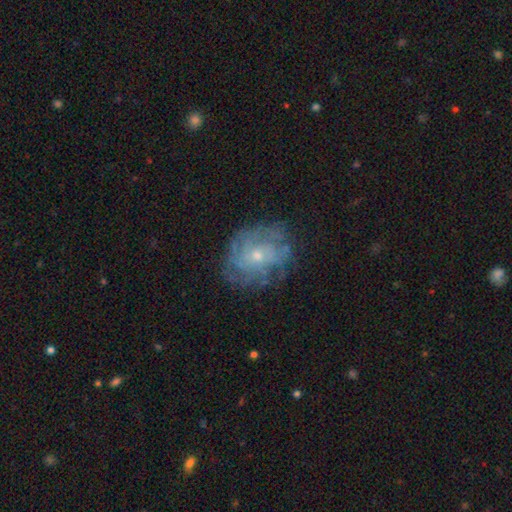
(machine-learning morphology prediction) Smooth or featured: featured or disk — 73% (smooth — 18%)
Edge-on disk: no — 97% (yes — 3%)
Bar: no — 81% (weak — 16%)
Spiral arms: yes — 78% (no — 22%)
Spiral winding: tight — 59% (medium — 29%)
Spiral arm count: can't tell — 56% (4 — 13%)
Bulge size: small — 64% (moderate — 32%)
Merging: none — 71% (minor disturbance — 18%)